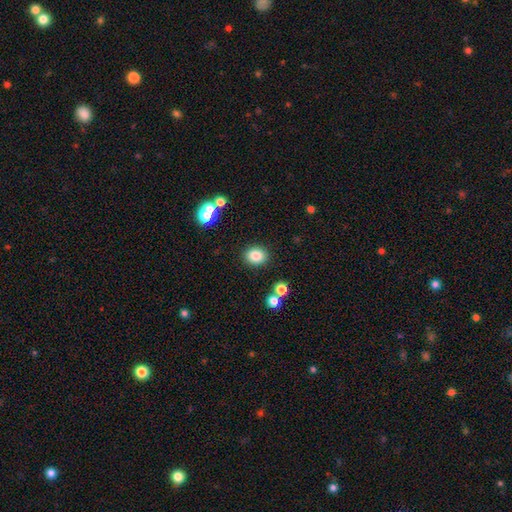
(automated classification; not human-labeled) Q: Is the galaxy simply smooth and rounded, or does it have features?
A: smooth — 83%.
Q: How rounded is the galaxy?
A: round — 61%.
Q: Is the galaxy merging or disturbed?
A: none — 86%.